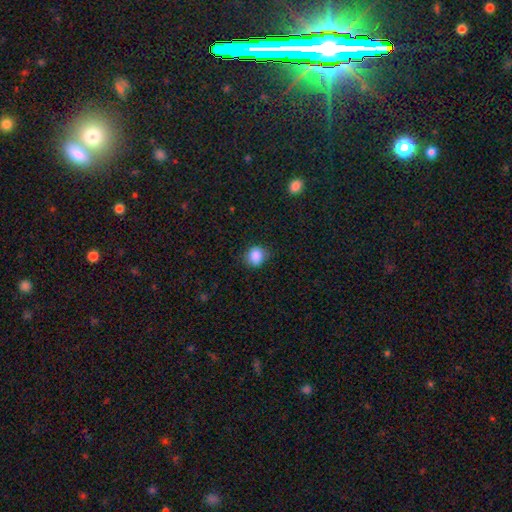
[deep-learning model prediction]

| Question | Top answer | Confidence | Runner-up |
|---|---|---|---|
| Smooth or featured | smooth | 87% | star or artifact (9%) |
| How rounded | round | 76% | in between (23%) |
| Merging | none | 79% | minor disturbance (16%) |